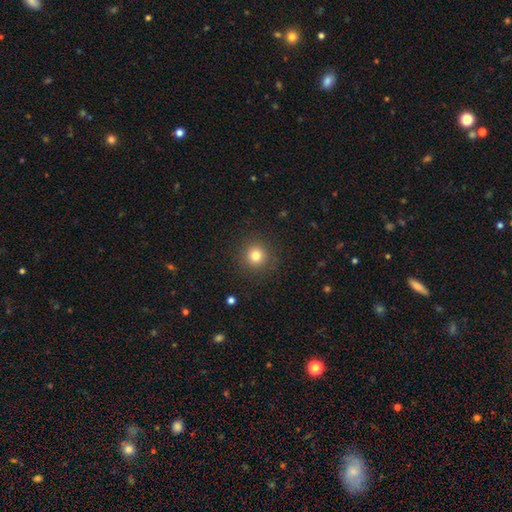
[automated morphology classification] The model was most divided on "smooth or featured": smooth: 80%, star or artifact: 13%, featured or disk: 7%. More confident: how rounded — round (94%); merging — none (90%).